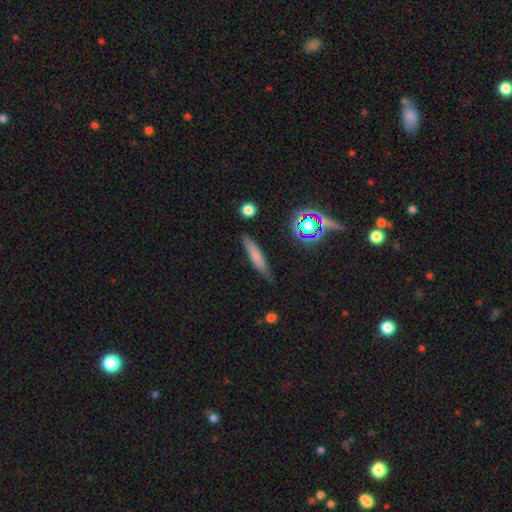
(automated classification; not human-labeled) A smooth galaxy with no disk features (67%) that is cigar-shaped (86%). Merging: none (78%).